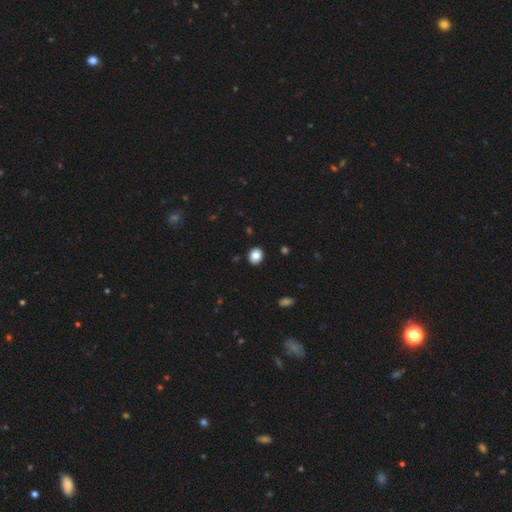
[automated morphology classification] A smooth galaxy with no disk features (86%) that is round (63%).

Vote fractions:
- Smooth or featured? smooth: 86% / star or artifact: 9% / featured or disk: 5%
- How rounded? round: 63% / in between: 37% / cigar-shaped: 1%
- Merging? none: 91% / minor disturbance: 6% / major disturbance: 2% / merger: 1%